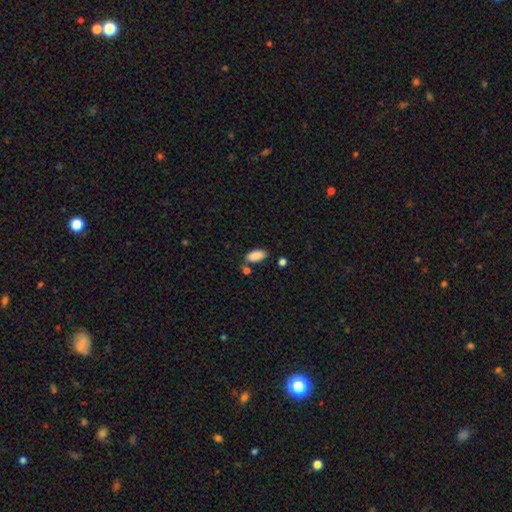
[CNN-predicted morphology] A smooth galaxy with no disk features (88%) that is in between round and cigar-shaped (92%).

Vote fractions:
- Smooth or featured? smooth: 88% / star or artifact: 7% / featured or disk: 4%
- How rounded? in between: 92% / cigar-shaped: 6% / round: 2%
- Merging? none: 71% / minor disturbance: 13% / merger: 12% / major disturbance: 4%